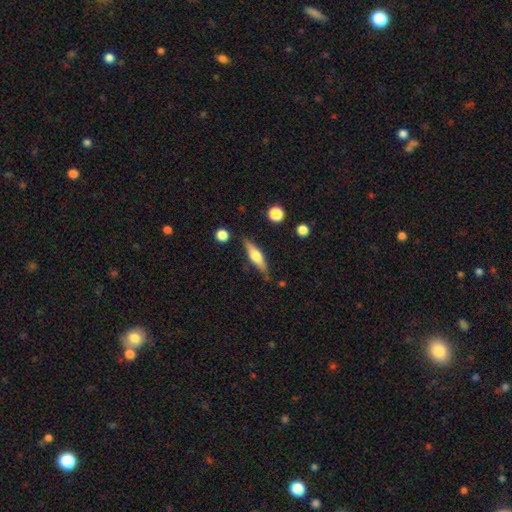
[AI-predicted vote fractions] smooth_or_featured: featured or disk (p=0.57) [alt: smooth p=0.37]
disk_edge_on: yes (p=0.94) [alt: no p=0.06]
edge_on_bulge: rounded (p=0.89) [alt: boxy p=0.08]
merging: none (p=0.82) [alt: minor disturbance p=0.12]